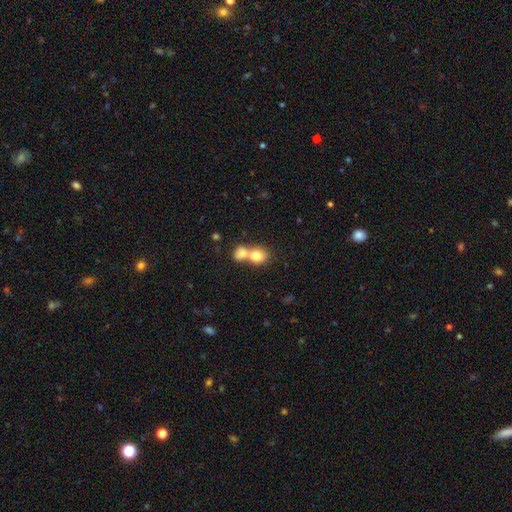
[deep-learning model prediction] smooth-or-featured: smooth: 77% | featured or disk: 14% | star or artifact: 9%
  how-rounded: round: 68% | in between: 31% | cigar-shaped: 1%
  merging: merger: 66% | none: 26% | minor disturbance: 5% | major disturbance: 3%